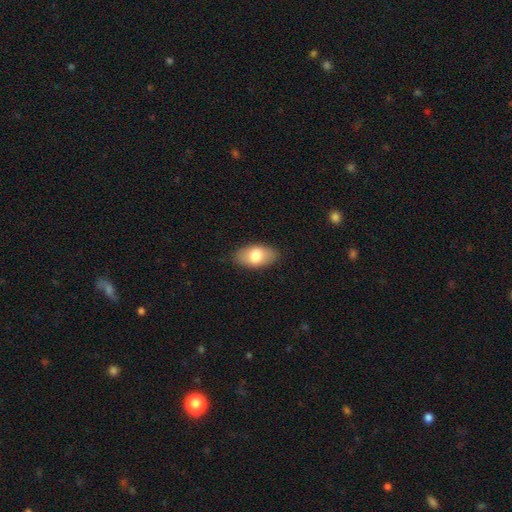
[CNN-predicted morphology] smooth 76%, featured or disk 17%, star or artifact 6%. Down the decision tree: how rounded — in between (93%); merging — none (85%).